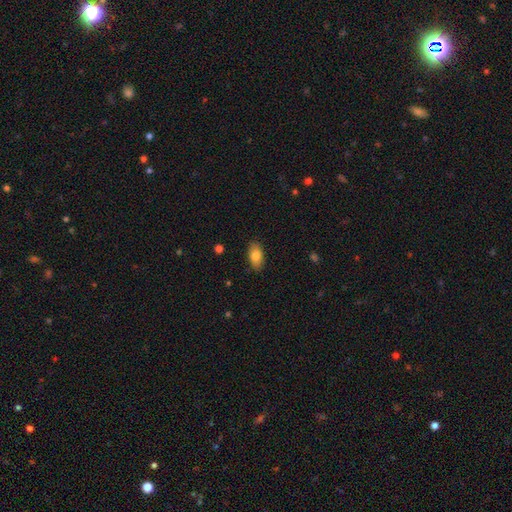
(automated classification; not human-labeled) A smooth galaxy with no disk features (82%) that is in between round and cigar-shaped (92%).

Vote fractions:
- Smooth or featured? smooth: 82% / featured or disk: 10% / star or artifact: 7%
- How rounded? in between: 92% / round: 5% / cigar-shaped: 4%
- Merging? none: 87% / minor disturbance: 10% / major disturbance: 2% / merger: 1%